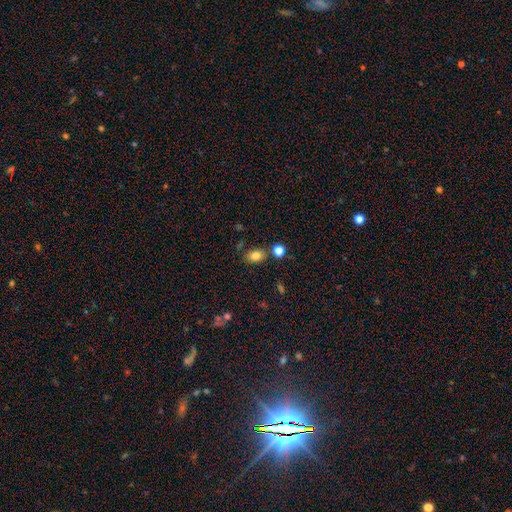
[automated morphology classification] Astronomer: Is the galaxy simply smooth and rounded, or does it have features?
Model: smooth — 81%.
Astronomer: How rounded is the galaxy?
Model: in between — 76%.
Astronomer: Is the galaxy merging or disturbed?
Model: none — 75%.